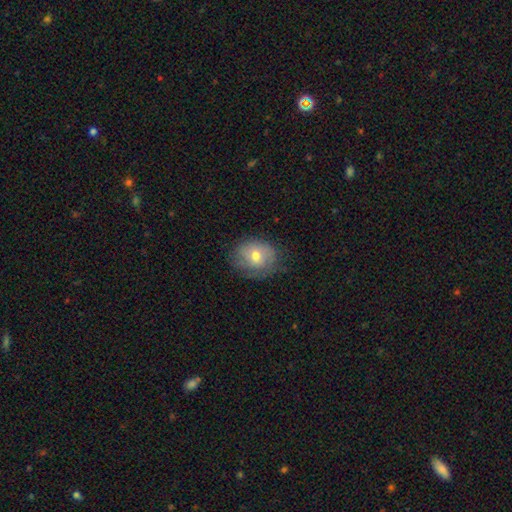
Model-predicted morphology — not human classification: Smooth or featured? Predicted: smooth (p=0.62). How rounded? Predicted: round (p=0.56). Merging? Predicted: none (p=0.67).